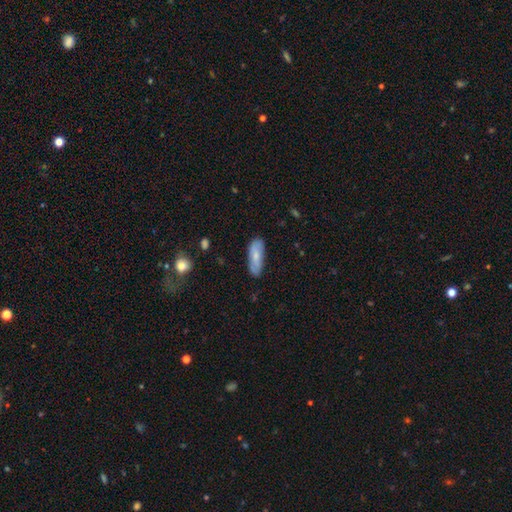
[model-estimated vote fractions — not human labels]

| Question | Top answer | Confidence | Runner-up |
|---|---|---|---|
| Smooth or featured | smooth | 67% | featured or disk (27%) |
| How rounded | in between | 66% | cigar-shaped (31%) |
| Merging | none | 76% | minor disturbance (18%) |